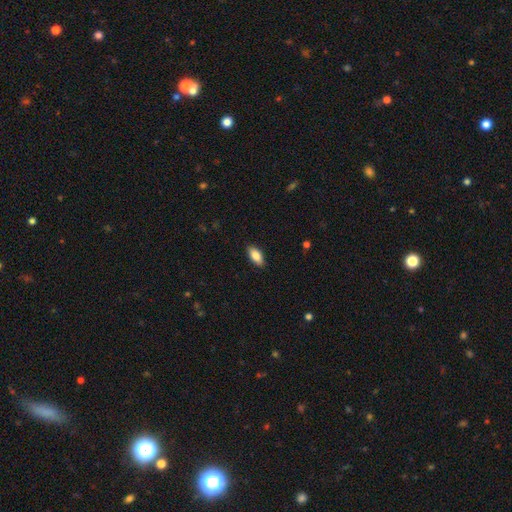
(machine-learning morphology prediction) Smooth or featured?
  - smooth: 85% *
  - featured or disk: 8%
  - star or artifact: 7%
How rounded?
  - in between: 90% *
  - cigar-shaped: 7%
  - round: 3%
Merging?
  - none: 88% *
  - minor disturbance: 9%
  - major disturbance: 2%
  - merger: 1%